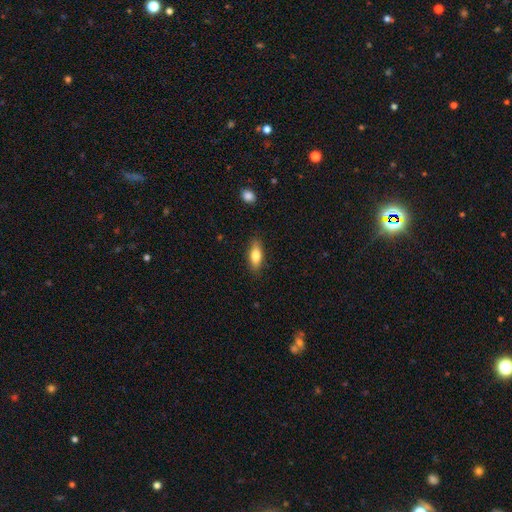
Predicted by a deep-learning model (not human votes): Smooth or featured: smooth — 77% (featured or disk — 16%)
How rounded: in between — 73% (cigar-shaped — 24%)
Merging: none — 86% (minor disturbance — 11%)